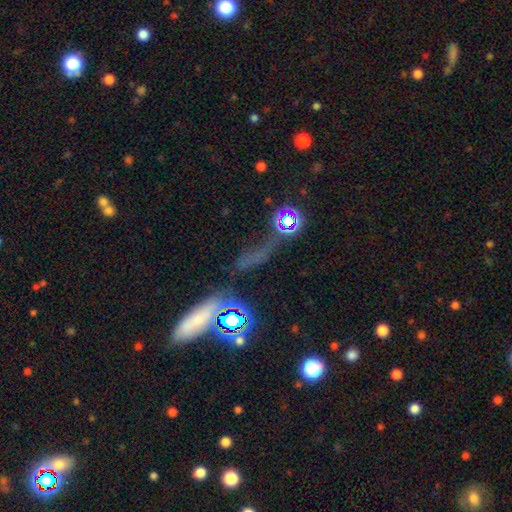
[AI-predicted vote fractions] Smooth or featured?
  - star or artifact: 43% *
  - smooth: 35%
  - featured or disk: 22%